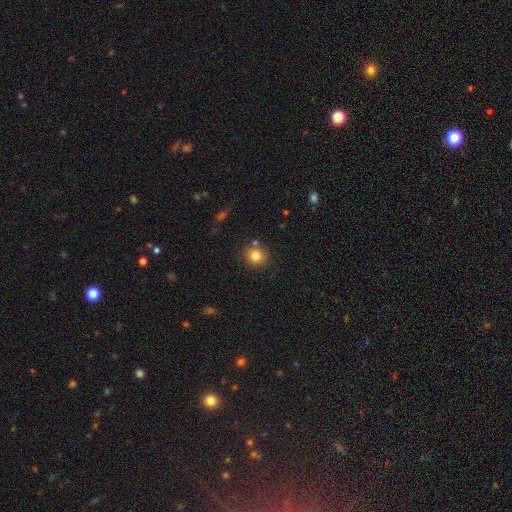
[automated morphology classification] smooth 81%, star or artifact 12%, featured or disk 7%. Down the decision tree: how rounded — round (89%); merging — none (80%).